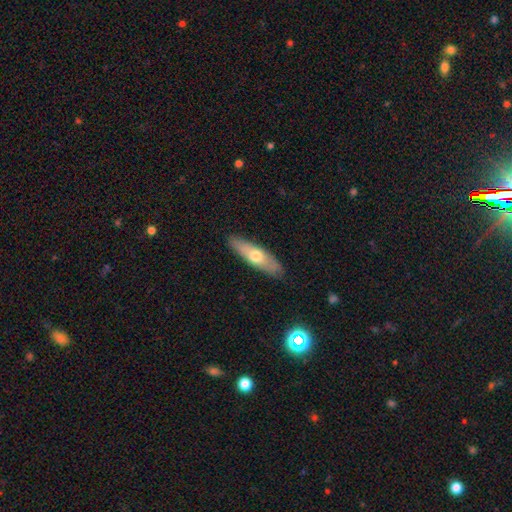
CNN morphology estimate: smooth-or-featured: smooth: 53% | featured or disk: 41% | star or artifact: 6%
  how-rounded: cigar-shaped: 65% | in between: 33% | round: 2%
  merging: none: 88% | minor disturbance: 9% | major disturbance: 2% | merger: 1%